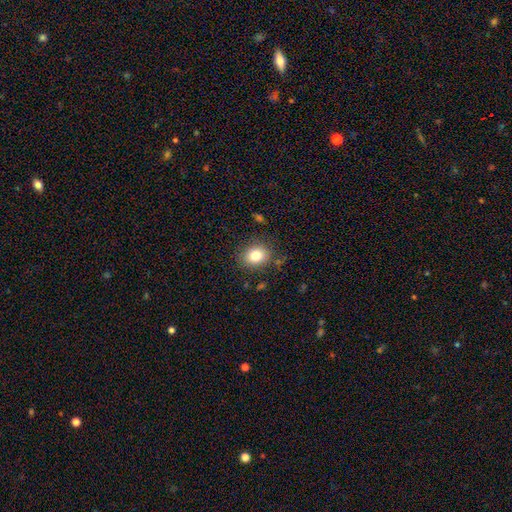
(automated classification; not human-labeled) Smooth or featured: smooth — 81% (star or artifact — 11%)
How rounded: round — 61% (in between — 38%)
Merging: none — 85% (minor disturbance — 10%)